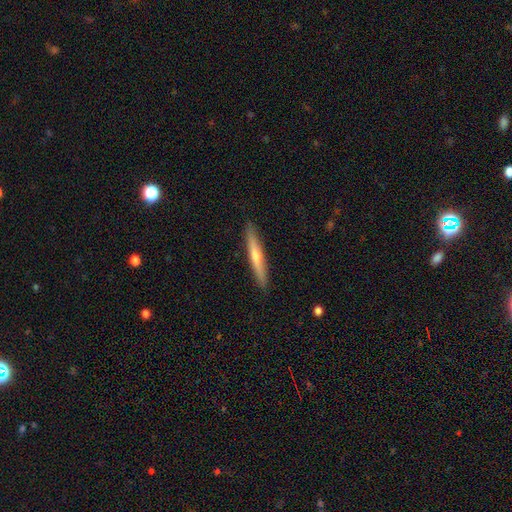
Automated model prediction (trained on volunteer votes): This appears to be a featured or disk galaxy (48%). Merging: none (91%).